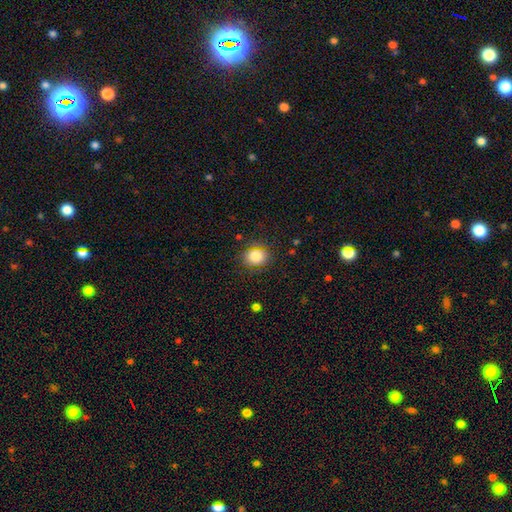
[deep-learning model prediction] smooth 80%, star or artifact 12%, featured or disk 9%. Down the decision tree: how rounded — round (67%); merging — none (82%).